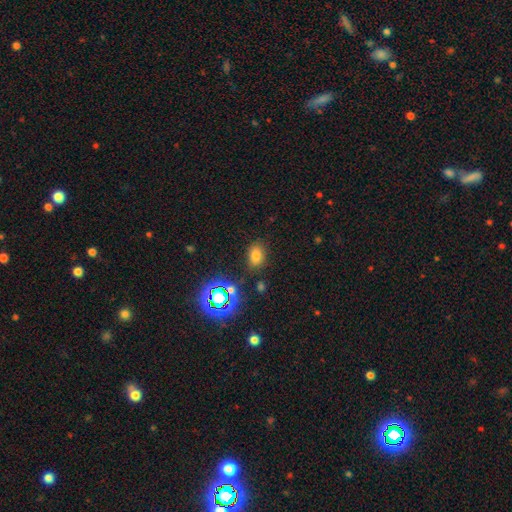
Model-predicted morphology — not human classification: This appears to be a smooth galaxy with no disk features (70%) that is in between round and cigar-shaped (77%). Merging: none (80%).